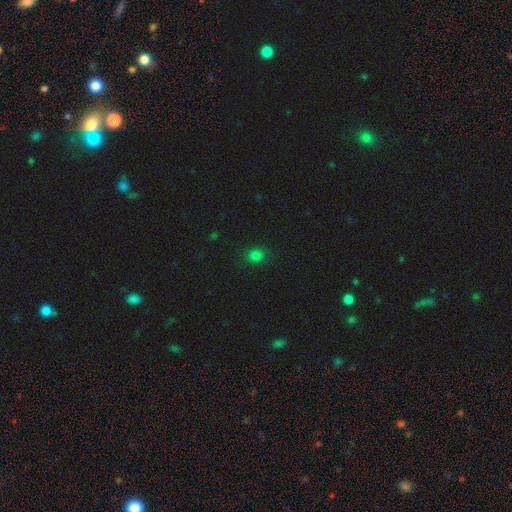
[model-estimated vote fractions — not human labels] This is likely a smooth galaxy (78%). How rounded: likely round (77%). Merging: clearly none (83%).